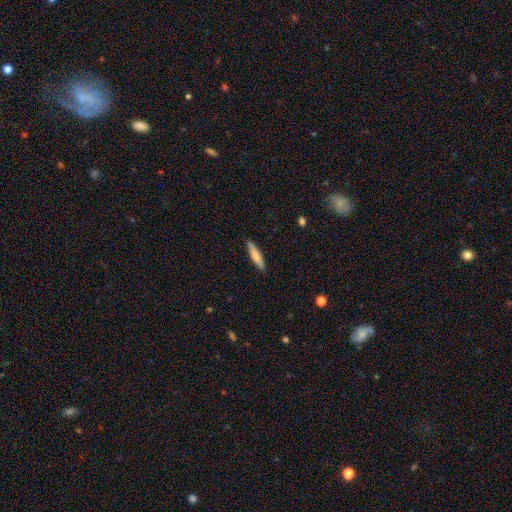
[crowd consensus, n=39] smooth-or-featured: smooth: 56% | featured or disk: 33% | star or artifact: 10%
  how-rounded: cigar-shaped: 91% | in between: 9% | round: 0%
  merging: none: 100% | minor disturbance: 0% | major disturbance: 0% | merger: 0%